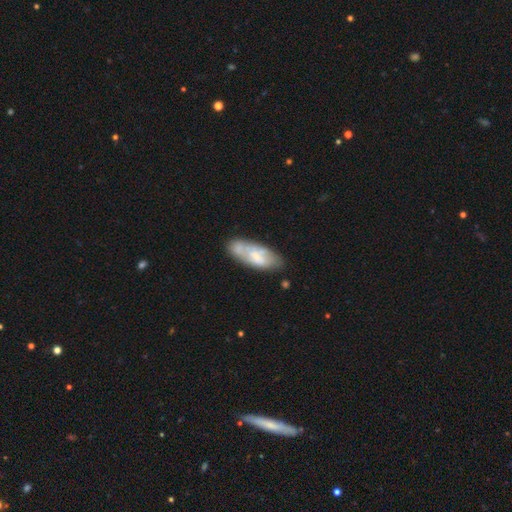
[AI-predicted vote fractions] This is possibly a smooth galaxy (52%). How rounded: likely in between (74%). Merging: possibly none (57%).